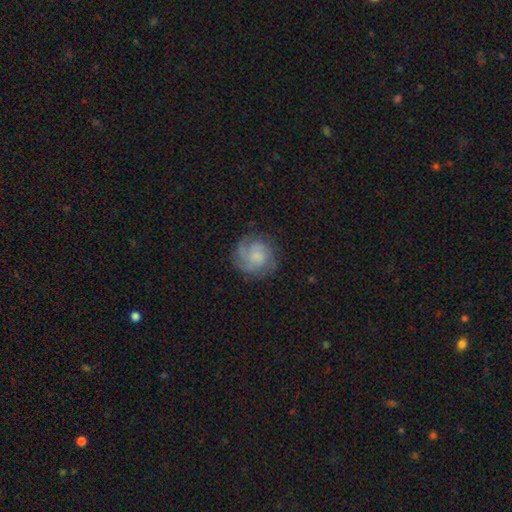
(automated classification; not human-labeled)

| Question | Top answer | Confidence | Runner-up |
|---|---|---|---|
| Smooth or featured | featured or disk | 53% | smooth (39%) |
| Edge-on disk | no | 98% | yes (2%) |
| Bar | no | 70% | weak (27%) |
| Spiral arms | yes | 84% | no (16%) |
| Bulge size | small | 41% | none (29%) |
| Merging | none | 71% | minor disturbance (18%) |